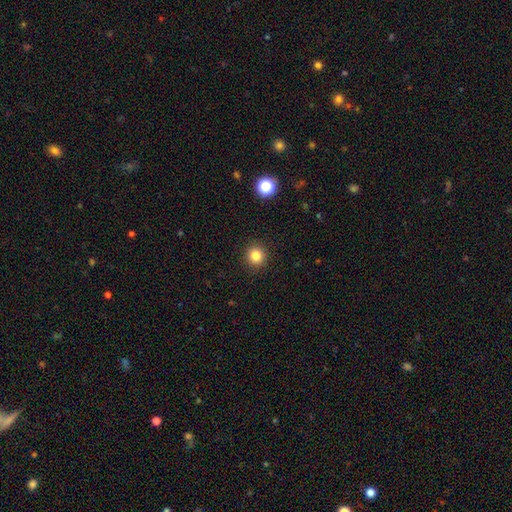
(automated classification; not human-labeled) Smooth or featured? Predicted: smooth (p=0.83). How rounded? Predicted: round (p=0.94). Merging? Predicted: none (p=0.92).